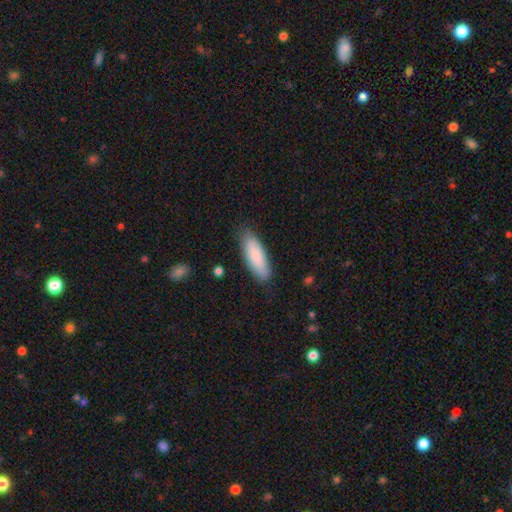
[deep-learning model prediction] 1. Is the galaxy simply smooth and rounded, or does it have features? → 84% smooth, 11% featured or disk, 6% star or artifact.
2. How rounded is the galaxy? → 60% in between, 38% cigar-shaped, 2% round.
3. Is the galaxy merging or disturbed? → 82% none, 14% minor disturbance, 3% major disturbance, 1% merger.